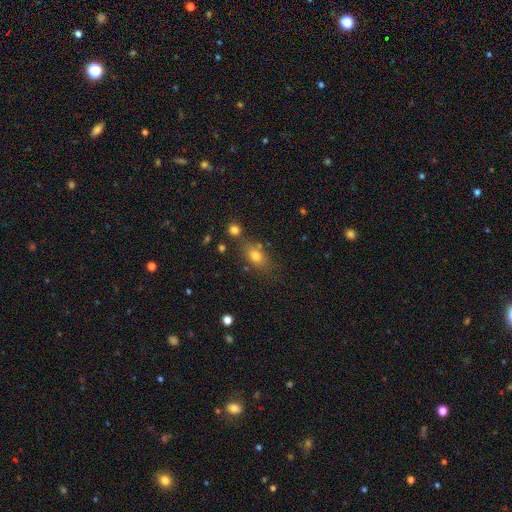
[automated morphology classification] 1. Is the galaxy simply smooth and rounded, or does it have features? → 74% smooth, 13% featured or disk, 12% star or artifact.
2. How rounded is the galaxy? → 74% in between, 16% round, 10% cigar-shaped.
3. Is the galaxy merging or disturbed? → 66% none, 16% minor disturbance, 12% merger, 6% major disturbance.